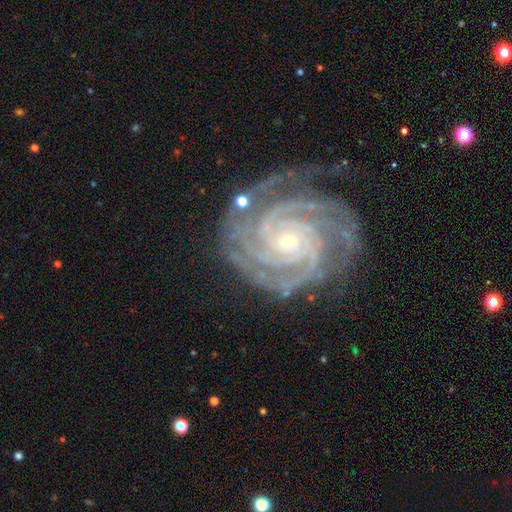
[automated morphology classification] The model was most divided on "spiral arm count": 3: 27%, 4: 25%, 2: 17%, can't tell: 12%, more than 4: 11%, 1: 8%. More confident: spiral arms — yes (99%); edge-on disk — no (98%); smooth or featured — featured or disk (91%); spiral winding — tight (84%); merging — none (77%); bulge size — small (76%); bar — no (66%).